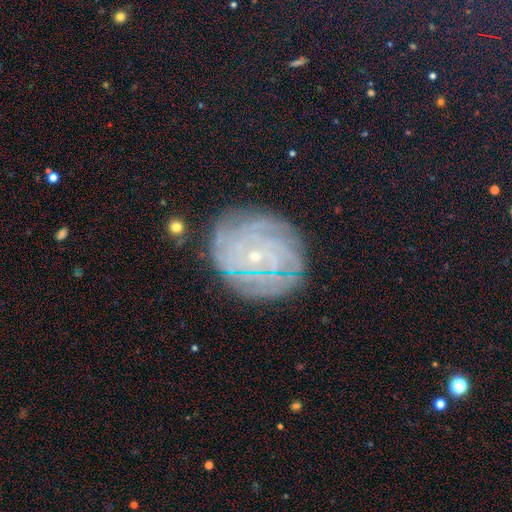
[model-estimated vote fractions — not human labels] A featured or disk galaxy (73%) with no bar (75%), tight (85%) spiral arms (96%) and a small central bulge (85%). Merging: none (84%).